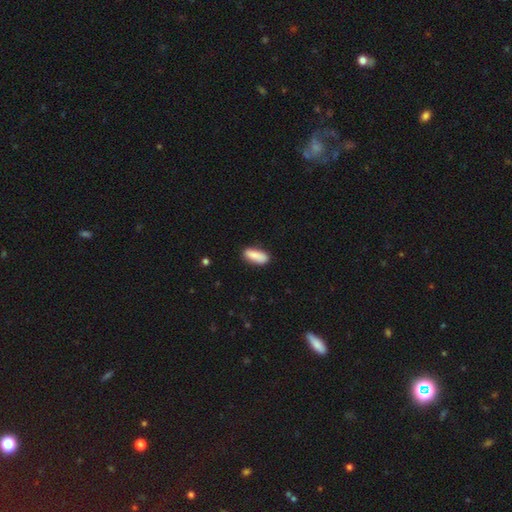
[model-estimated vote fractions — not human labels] smooth 87%, featured or disk 6%, star or artifact 6%. Down the decision tree: how rounded — in between (73%); merging — none (82%).